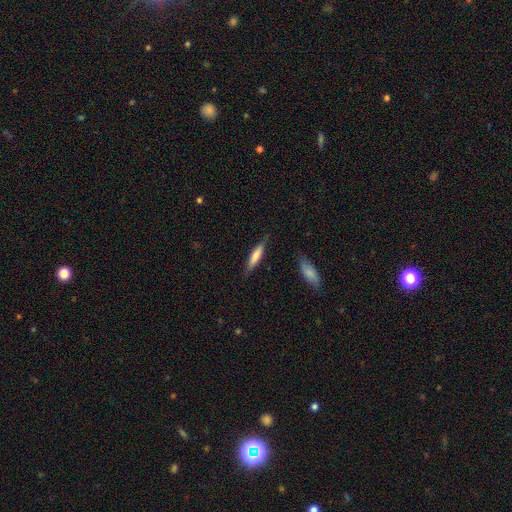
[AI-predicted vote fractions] A smooth galaxy with no disk features (70%) that is cigar-shaped (80%).

Vote fractions:
- Smooth or featured? smooth: 70% / featured or disk: 25% / star or artifact: 6%
- How rounded? cigar-shaped: 80% / in between: 18% / round: 1%
- Merging? none: 81% / minor disturbance: 14% / major disturbance: 3% / merger: 2%